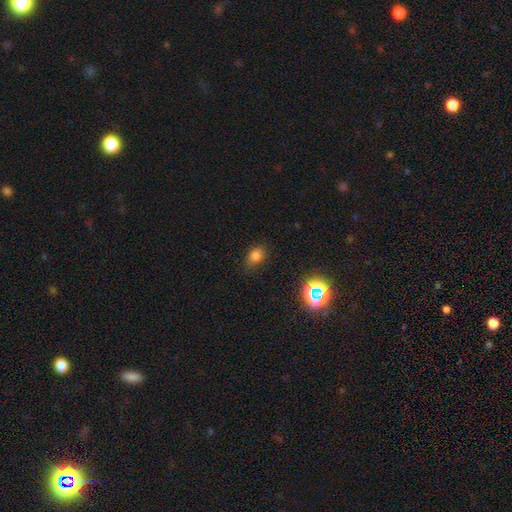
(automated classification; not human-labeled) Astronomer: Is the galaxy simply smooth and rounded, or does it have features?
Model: smooth — 76%.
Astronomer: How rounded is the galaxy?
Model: in between — 61% (runner-up: round, 37%).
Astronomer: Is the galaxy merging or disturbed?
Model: none — 80%.